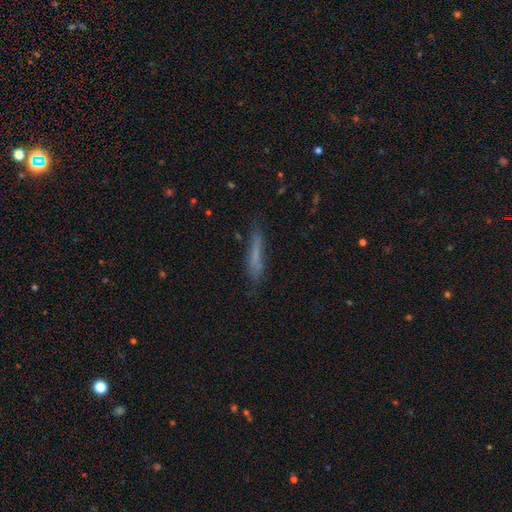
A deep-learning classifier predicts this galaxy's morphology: smooth-or-featured: smooth: 64% | featured or disk: 26% | star or artifact: 10%
  how-rounded: cigar-shaped: 90% | in between: 8% | round: 2%
  merging: none: 70% | minor disturbance: 21% | major disturbance: 6% | merger: 3%